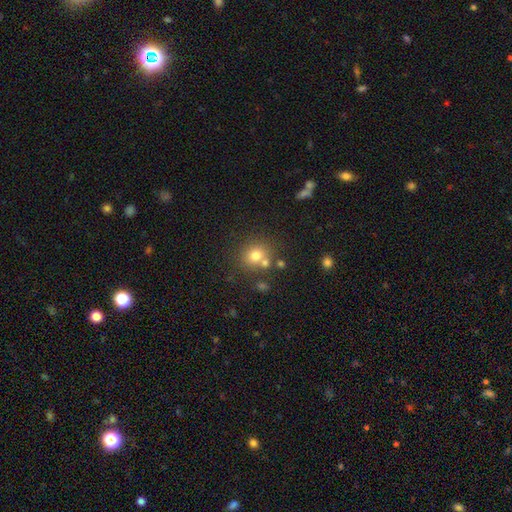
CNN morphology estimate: type=smooth (73%); roundness=round (81%); merging=none (63%).